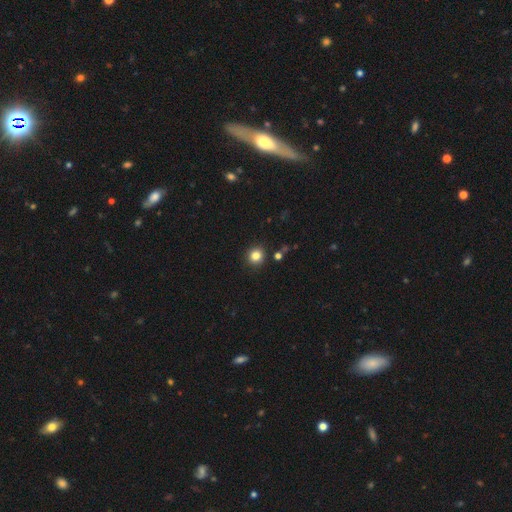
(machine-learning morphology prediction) smooth-or-featured: smooth: 82% | star or artifact: 12% | featured or disk: 5%
  how-rounded: round: 91% | in between: 8% | cigar-shaped: 1%
  merging: none: 89% | minor disturbance: 6% | merger: 3% | major disturbance: 2%